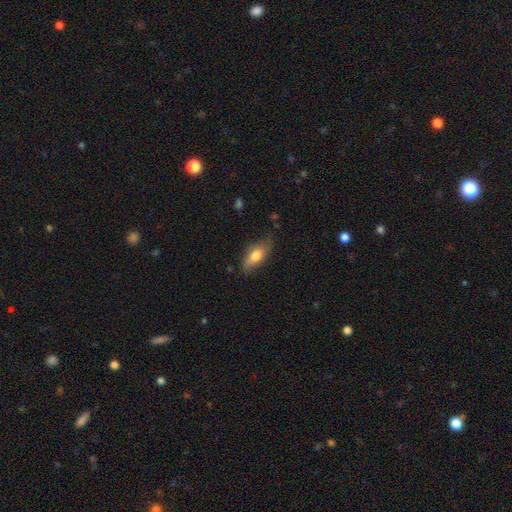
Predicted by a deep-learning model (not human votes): Smooth or featured: smooth — 73% (featured or disk — 21%)
How rounded: in between — 79% (cigar-shaped — 17%)
Merging: none — 72% (minor disturbance — 22%)